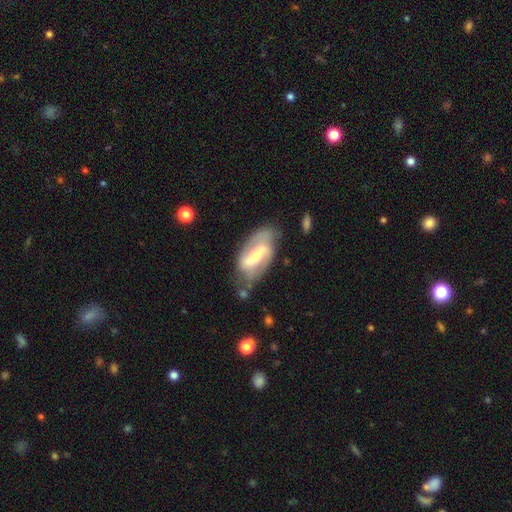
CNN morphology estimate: Overall: featured or disk (76%). Edge-on disk: no (93%). Bar: strong (57%; weak 31%). Spiral arms: yes (86%). Spiral arm count: 2 (84%). Spiral winding: medium (43%; loose 35%). Bulge size: small (43%; moderate 41%). Merging: none (66%).